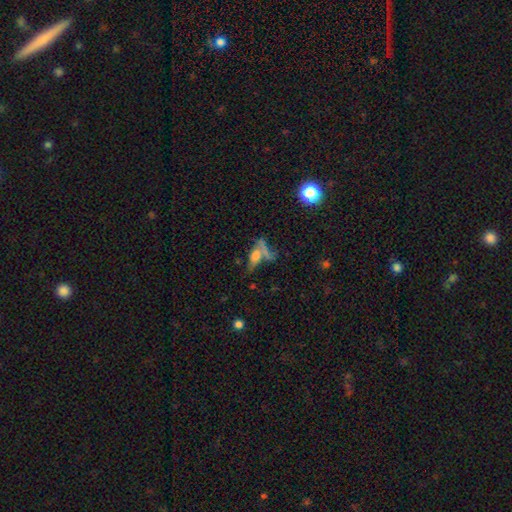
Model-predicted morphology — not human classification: This is possibly a smooth galaxy (54%). How rounded: possibly in between (55%). Merging: marginally none (37%).